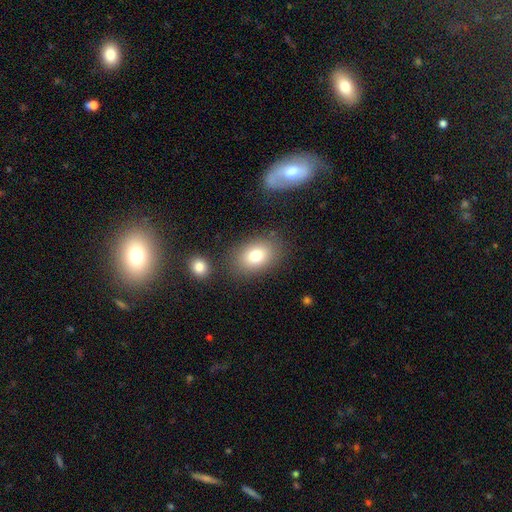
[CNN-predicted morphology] Smooth or featured: smooth — 79% (featured or disk — 11%)
How rounded: in between — 78% (round — 20%)
Merging: none — 79% (minor disturbance — 11%)